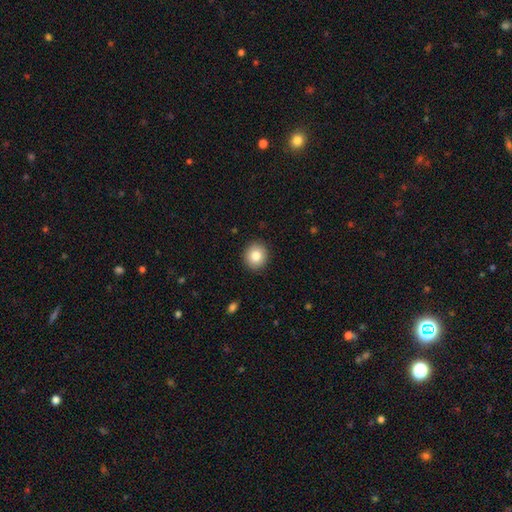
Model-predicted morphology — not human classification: Q: Smooth or featured?
A: smooth (83%); runner-up: star or artifact (9%)
Q: How rounded?
A: round (86%); runner-up: in between (13%)
Q: Merging?
A: none (91%); runner-up: minor disturbance (6%)